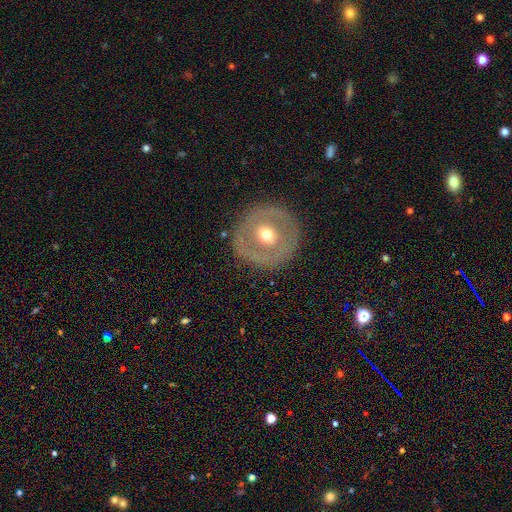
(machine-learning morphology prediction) Smooth or featured? featured or disk (55%)
Edge-on disk? no (92%)
Bar? no (69%)
Spiral arms? no (83%)
Bulge size? moderate (72%)
Merging? none (86%)